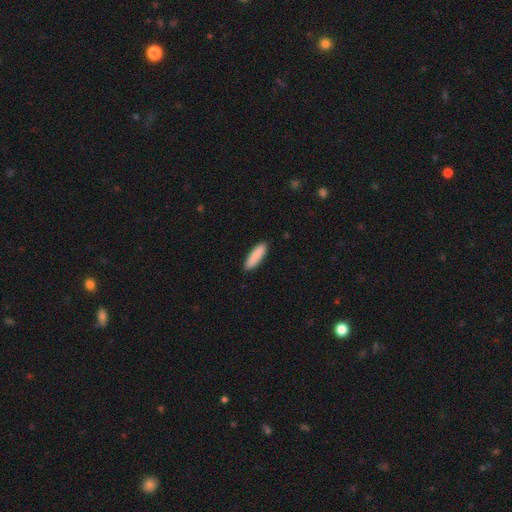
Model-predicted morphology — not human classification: smooth_or_featured: smooth (p=0.89) [alt: star or artifact p=0.06]
how_rounded: cigar-shaped (p=0.67) [alt: in between p=0.31]
merging: none (p=0.90) [alt: minor disturbance p=0.08]